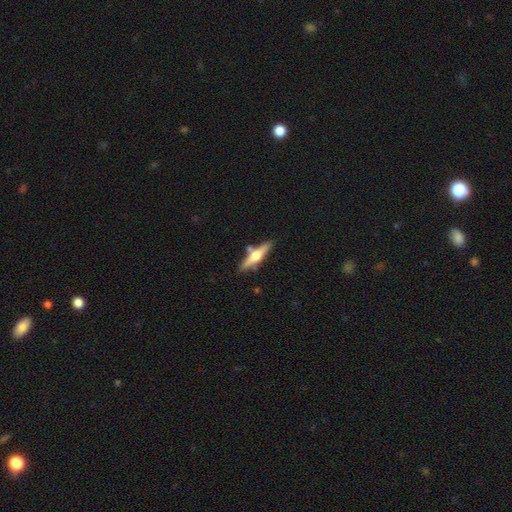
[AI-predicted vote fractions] Q: Smooth or featured?
A: featured or disk (63%); runner-up: smooth (31%)
Q: Edge-on disk?
A: yes (95%); runner-up: no (5%)
Q: Edge-on bulge?
A: rounded (94%); runner-up: boxy (3%)
Q: Merging?
A: none (79%); runner-up: minor disturbance (11%)